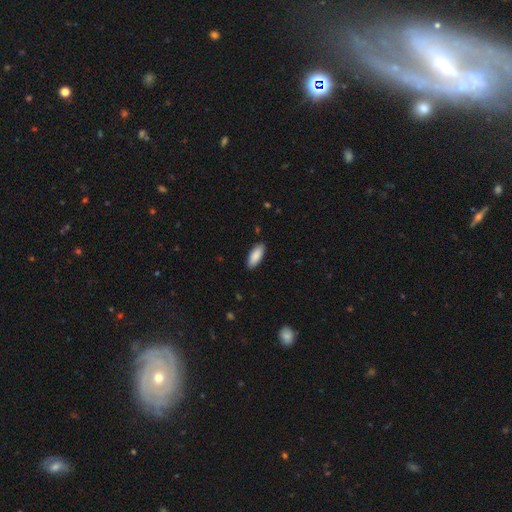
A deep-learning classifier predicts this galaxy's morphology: Smooth or featured?
  - smooth: 90% *
  - star or artifact: 6%
  - featured or disk: 5%
How rounded?
  - in between: 81% *
  - cigar-shaped: 18%
  - round: 1%
Merging?
  - none: 88% *
  - minor disturbance: 9%
  - major disturbance: 2%
  - merger: 1%